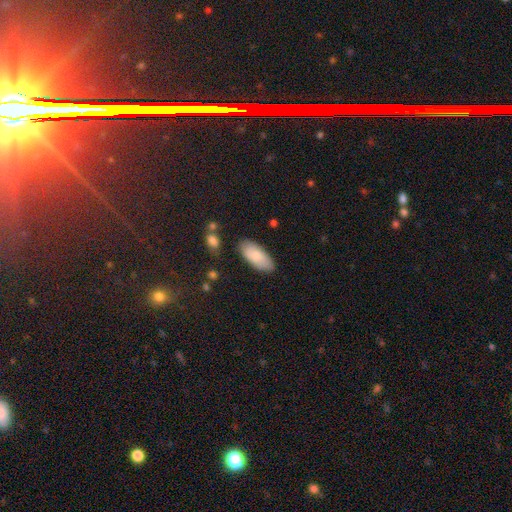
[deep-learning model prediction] The model was most divided on "merging": none: 82%, minor disturbance: 13%, major disturbance: 3%, merger: 2%. More confident: how rounded — in between (89%); smooth or featured — smooth (82%).